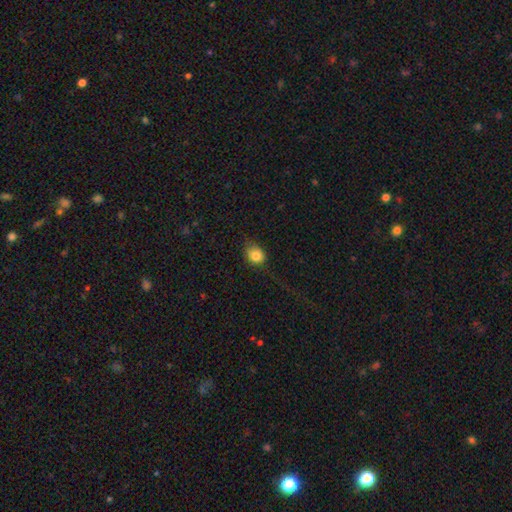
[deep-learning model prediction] smooth_or_featured: smooth (p=0.81) [alt: star or artifact p=0.10]
how_rounded: round (p=0.55) [alt: in between p=0.44]
merging: none (p=0.56) [alt: minor disturbance p=0.28]